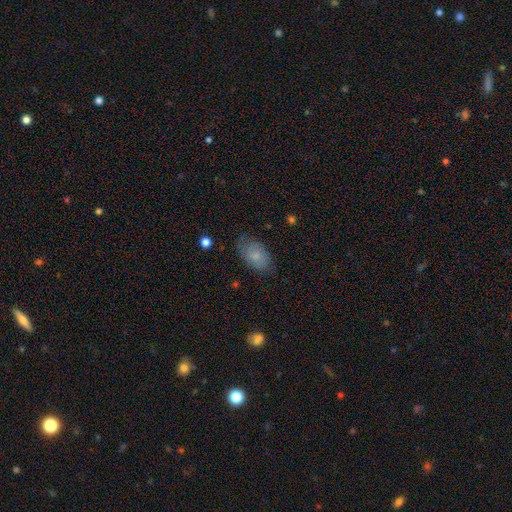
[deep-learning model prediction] smooth-or-featured: smooth: 74% | featured or disk: 18% | star or artifact: 8%
  how-rounded: in between: 91% | round: 7% | cigar-shaped: 2%
  merging: none: 73% | minor disturbance: 20% | major disturbance: 6% | merger: 1%